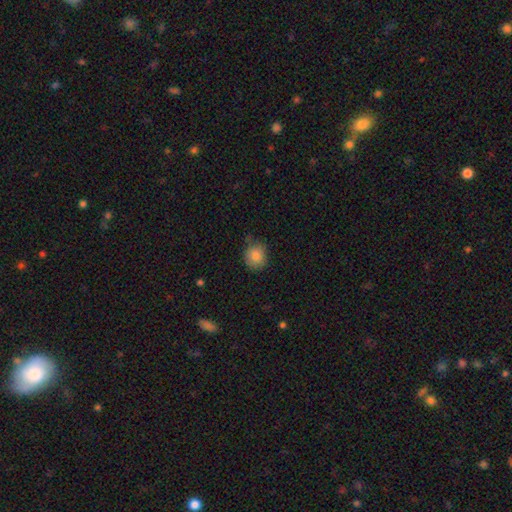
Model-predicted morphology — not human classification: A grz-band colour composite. It shows a smooth galaxy with no disk features (86%) that is round (80%). Merging: none (72%).